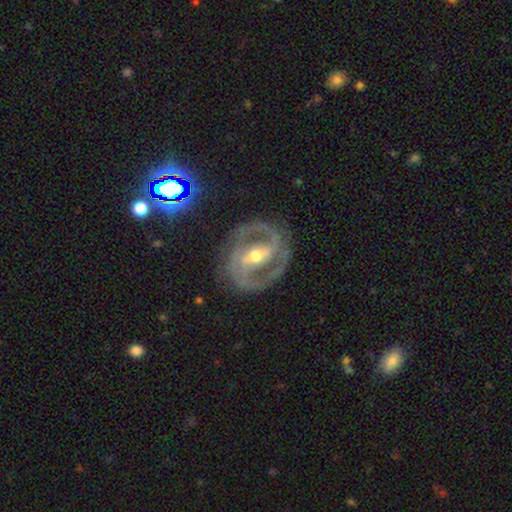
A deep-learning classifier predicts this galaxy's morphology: A featured or disk galaxy (89%) with a strong bar (54%), 2 (86%) medium (47%) spiral arms (91%) and a moderate central bulge (71%). Merging: none (78%).